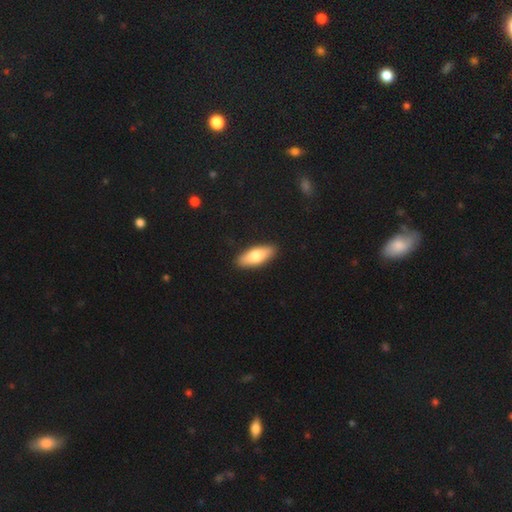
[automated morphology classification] Overall: smooth (72%). How rounded: in between (72%). Merging: none (90%).